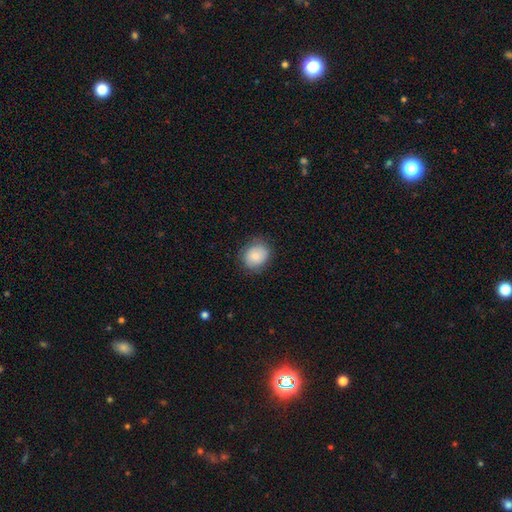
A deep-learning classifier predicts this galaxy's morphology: The model was most divided on "how rounded": round: 66%, in between: 33%, cigar-shaped: 1%. More confident: merging — none (79%); smooth or featured — smooth (78%).